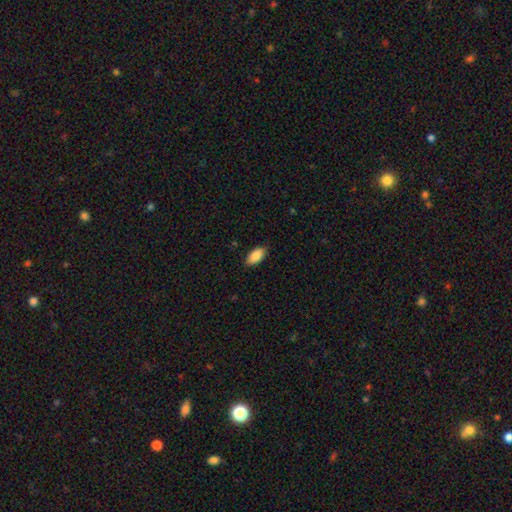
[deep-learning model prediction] smooth_or_featured: smooth (p=0.86) [alt: featured or disk p=0.07]
how_rounded: in between (p=0.94) [alt: cigar-shaped p=0.03]
merging: none (p=0.87) [alt: minor disturbance p=0.10]